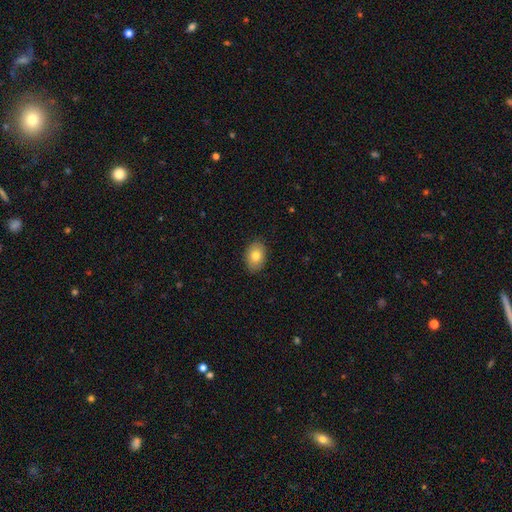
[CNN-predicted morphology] A smooth galaxy with no disk features (79%) that is in between round and cigar-shaped (80%). Merging: none (88%).